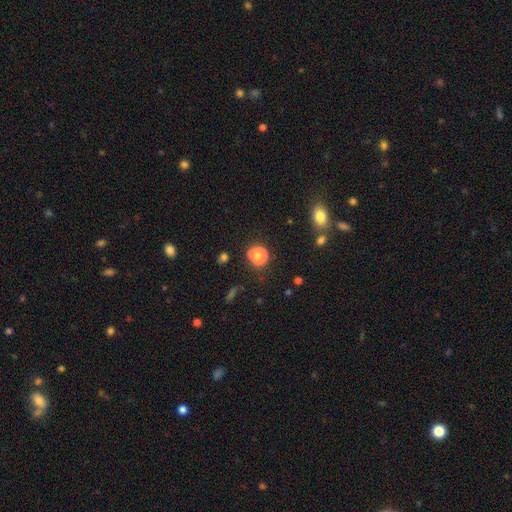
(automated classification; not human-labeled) Smooth or featured? Predicted: smooth (p=0.48). Merging? Predicted: none (p=0.40).